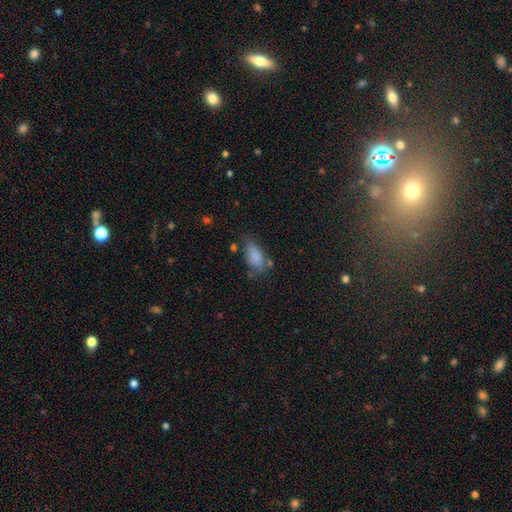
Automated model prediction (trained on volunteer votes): smooth 81%, featured or disk 9%, star or artifact 9%. Down the decision tree: how rounded — in between (86%); merging — none (54%).